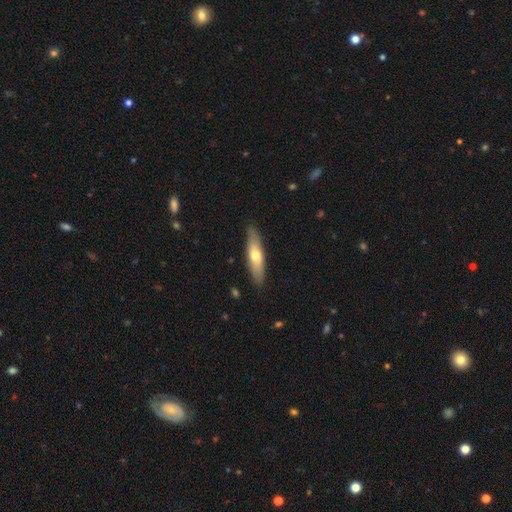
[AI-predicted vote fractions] Q: Smooth or featured?
A: smooth (58%); runner-up: featured or disk (36%)
Q: How rounded?
A: cigar-shaped (65%); runner-up: in between (34%)
Q: Merging?
A: none (86%); runner-up: minor disturbance (11%)